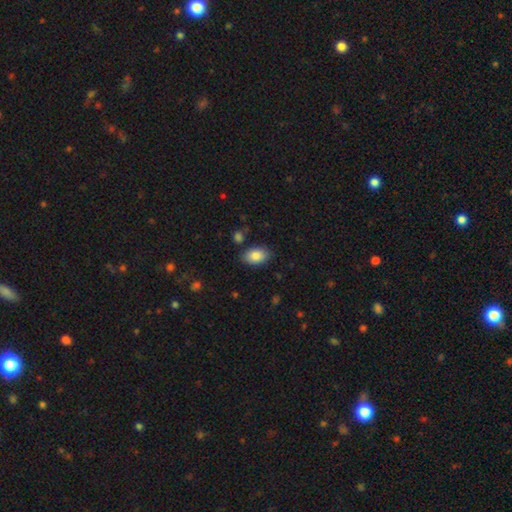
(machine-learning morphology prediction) Smooth or featured?
  - smooth: 84% *
  - featured or disk: 9%
  - star or artifact: 7%
How rounded?
  - in between: 88% *
  - round: 11%
  - cigar-shaped: 1%
Merging?
  - none: 83% *
  - minor disturbance: 12%
  - merger: 3%
  - major disturbance: 3%